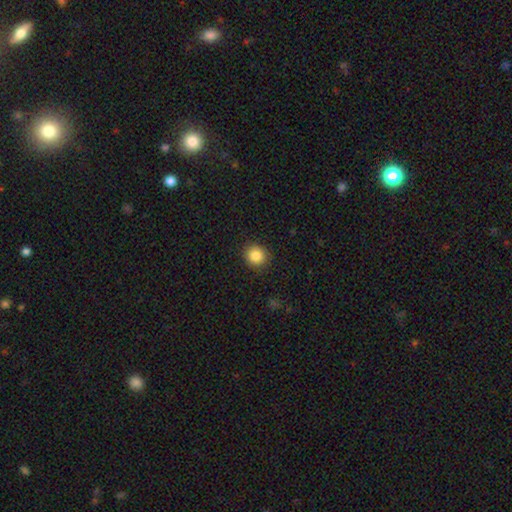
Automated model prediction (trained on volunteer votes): Smooth or featured? Predicted: smooth (p=0.86). How rounded? Predicted: round (p=0.84). Merging? Predicted: none (p=0.89).